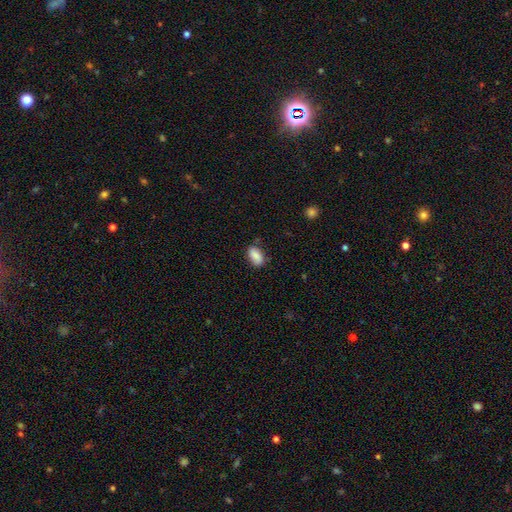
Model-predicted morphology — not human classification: Smooth or featured: smooth — 87% (star or artifact — 7%)
How rounded: in between — 92% (round — 5%)
Merging: none — 77% (minor disturbance — 17%)